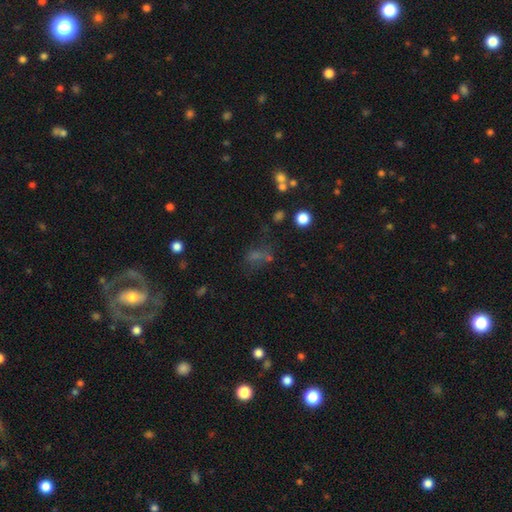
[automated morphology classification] Smooth or featured? smooth (44%)
Merging? none (48%)